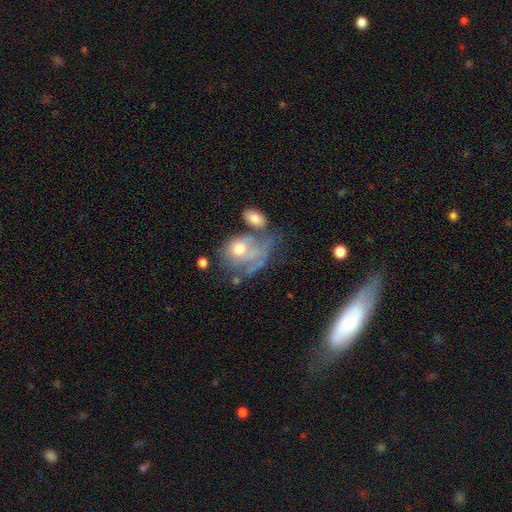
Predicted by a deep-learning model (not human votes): Smooth or featured? Predicted: featured or disk (p=0.53). Edge-on disk? Predicted: no (p=0.92). Merging? Predicted: none (p=0.28).